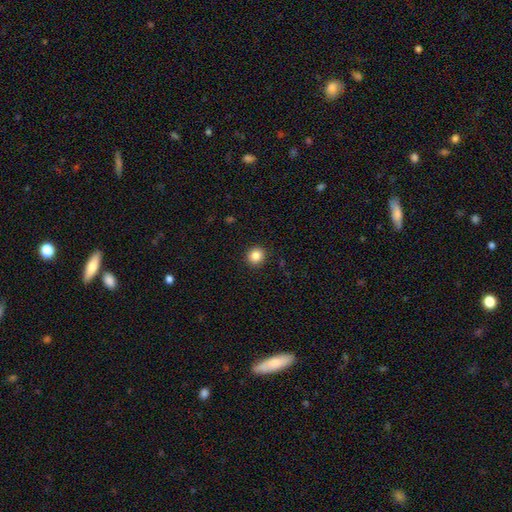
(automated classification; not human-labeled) smooth-or-featured: smooth: 86% | star or artifact: 10% | featured or disk: 4%
  how-rounded: round: 91% | in between: 8% | cigar-shaped: 1%
  merging: none: 92% | minor disturbance: 5% | major disturbance: 2% | merger: 1%